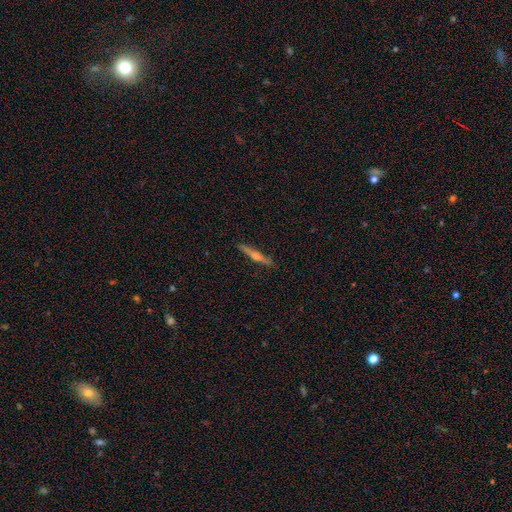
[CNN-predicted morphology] A featured or disk galaxy (69%) viewed edge-on (98%) with a rounded central bulge (88%).

Vote fractions:
- Smooth or featured? featured or disk: 69% / smooth: 25% / star or artifact: 6%
- Edge-on disk? yes: 98% / no: 2%
- Edge-on bulge? rounded: 88% / none: 8% / boxy: 4%
- Merging? none: 90% / minor disturbance: 7% / major disturbance: 1% / merger: 1%